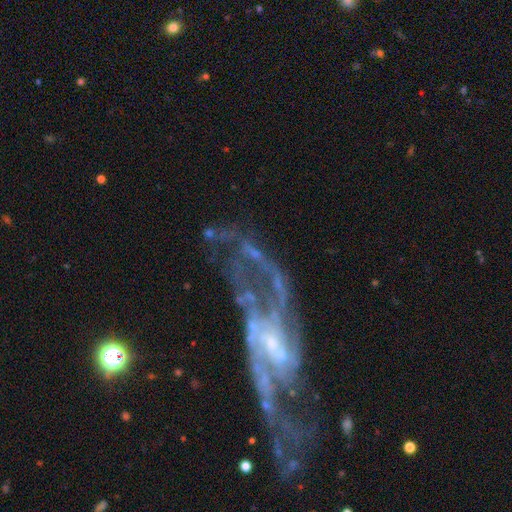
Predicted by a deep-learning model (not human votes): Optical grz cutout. It shows a featured or disk galaxy (88%) with a weak bar (42%), 2 (69%) loose (46%) spiral arms (92%) and a small central bulge (66%). Merging: none (49%).